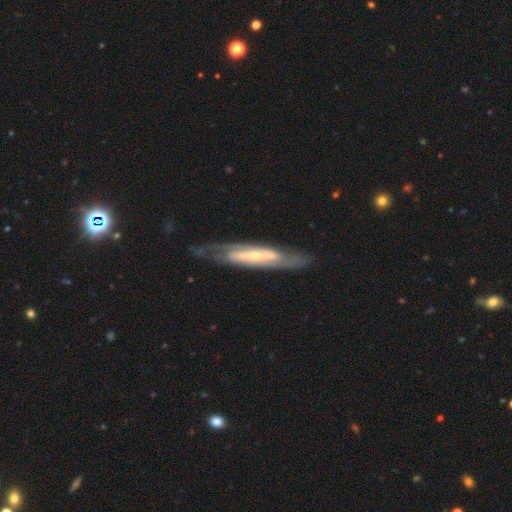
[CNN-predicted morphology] Smooth or featured?
  - featured or disk: 78% *
  - smooth: 17%
  - star or artifact: 5%
Edge-on disk?
  - no: 64% *
  - yes: 36%
Merging?
  - none: 69% *
  - minor disturbance: 19%
  - major disturbance: 10%
  - merger: 2%